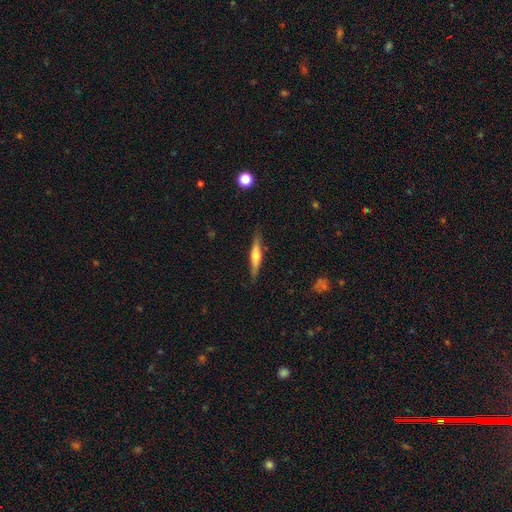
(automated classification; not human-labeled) A featured or disk galaxy (54%) viewed edge-on (94%) with a rounded central bulge (86%).

Vote fractions:
- Smooth or featured? featured or disk: 54% / smooth: 40% / star or artifact: 6%
- Edge-on disk? yes: 94% / no: 6%
- Edge-on bulge? rounded: 86% / none: 7% / boxy: 7%
- Merging? none: 85% / minor disturbance: 12% / major disturbance: 2% / merger: 1%